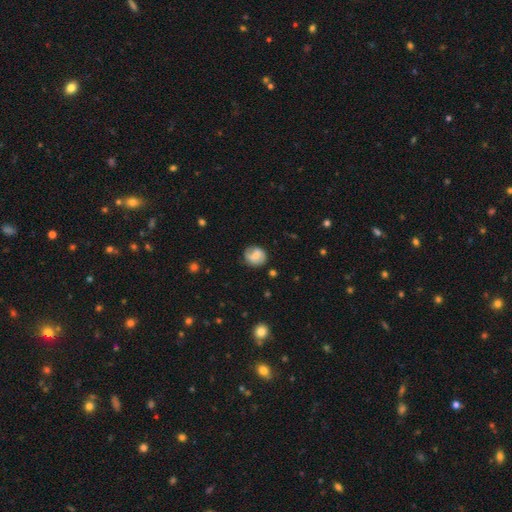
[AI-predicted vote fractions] This appears to be a smooth galaxy with no disk features (56%) that is round (75%). Merging: none (68%).